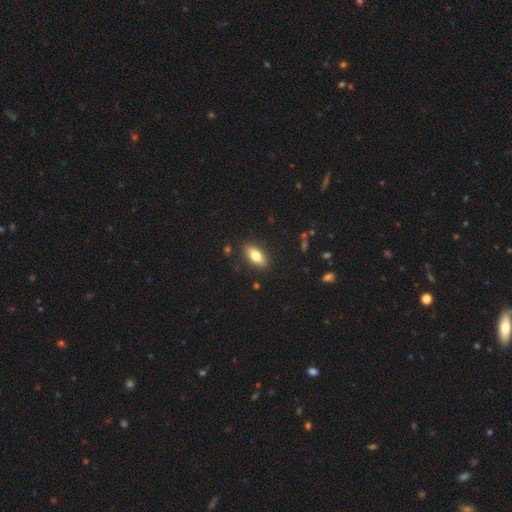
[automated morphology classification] The model was most divided on "smooth or featured": smooth: 77%, featured or disk: 16%, star or artifact: 7%. More confident: merging — none (88%); how rounded — in between (86%).